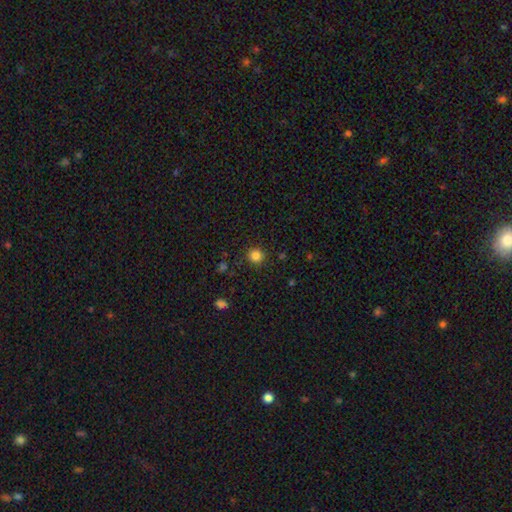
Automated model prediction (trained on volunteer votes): Smooth or featured?
  - smooth: 84% *
  - star or artifact: 12%
  - featured or disk: 4%
How rounded?
  - round: 92% *
  - in between: 7%
  - cigar-shaped: 1%
Merging?
  - none: 90% *
  - minor disturbance: 6%
  - major disturbance: 2%
  - merger: 1%